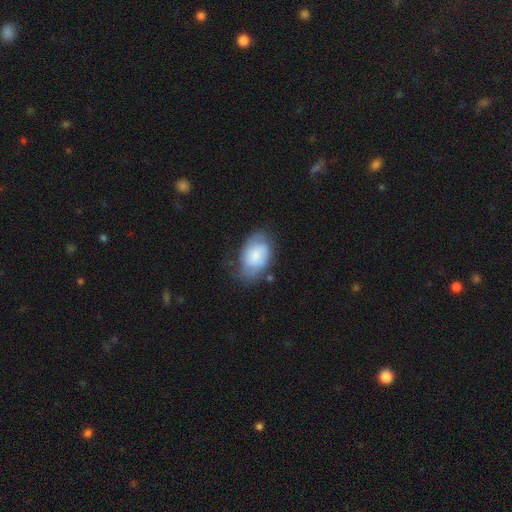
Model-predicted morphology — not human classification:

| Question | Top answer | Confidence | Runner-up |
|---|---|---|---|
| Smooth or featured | smooth | 65% | featured or disk (28%) |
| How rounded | in between | 88% | round (11%) |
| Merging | none | 56% | minor disturbance (29%) |